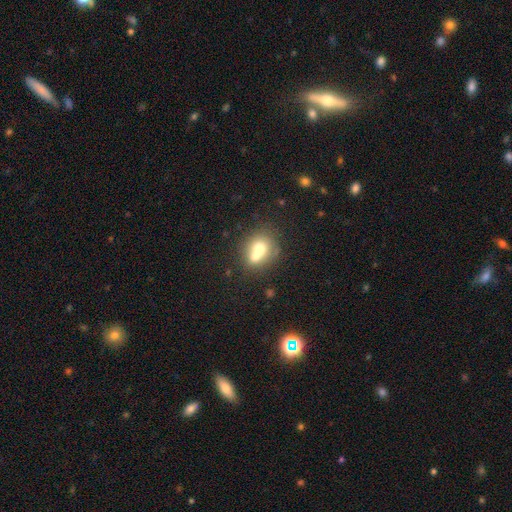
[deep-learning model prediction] smooth_or_featured: smooth (p=0.65) [alt: featured or disk p=0.24]
how_rounded: round (p=0.68) [alt: in between p=0.31]
merging: merger (p=0.61) [alt: none p=0.28]